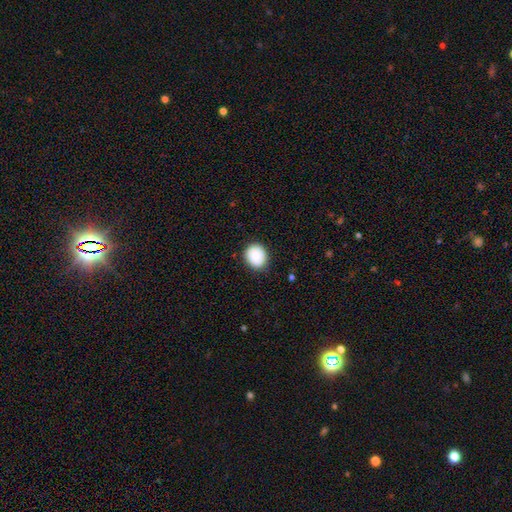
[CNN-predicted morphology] smooth_or_featured: smooth (p=0.89) [alt: star or artifact p=0.07]
how_rounded: round (p=0.71) [alt: in between p=0.28]
merging: none (p=0.85) [alt: minor disturbance p=0.11]